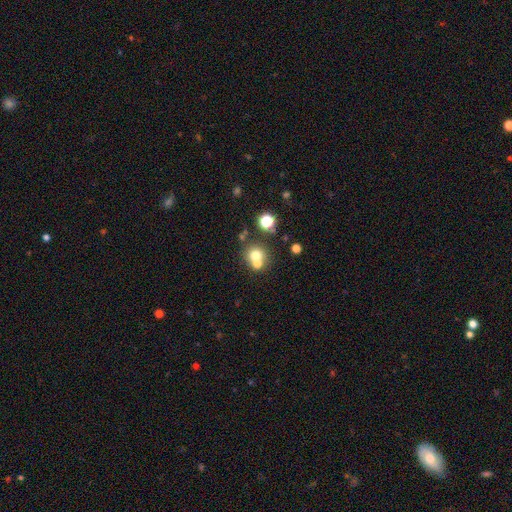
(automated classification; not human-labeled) smooth 68%, star or artifact 16%, featured or disk 16%. Down the decision tree: how rounded — round (86%); merging — none (50%).